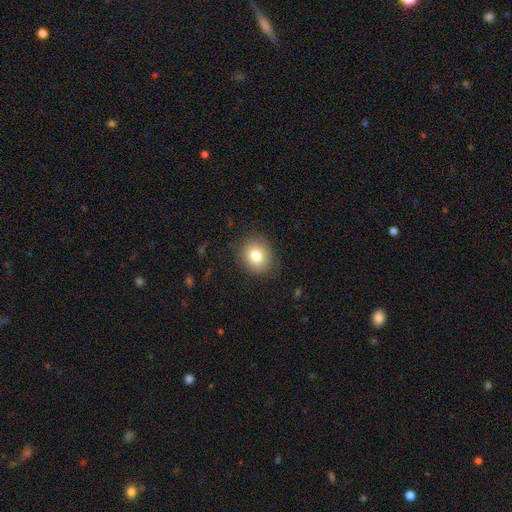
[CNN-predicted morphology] Smooth or featured? Predicted: smooth (p=0.79). How rounded? Predicted: round (p=0.80). Merging? Predicted: none (p=0.88).